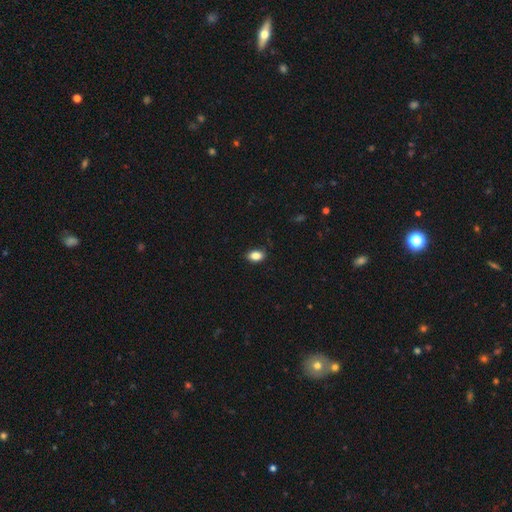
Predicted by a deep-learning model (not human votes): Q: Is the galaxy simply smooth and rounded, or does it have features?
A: smooth — 85%.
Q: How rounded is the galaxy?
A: in between — 86%.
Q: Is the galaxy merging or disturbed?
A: none — 86%.